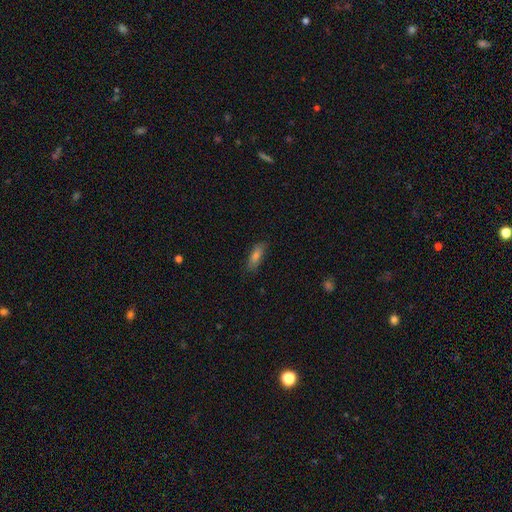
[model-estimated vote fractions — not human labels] Overall: smooth (70%). How rounded: in between (51%; cigar-shaped 46%). Merging: none (83%).